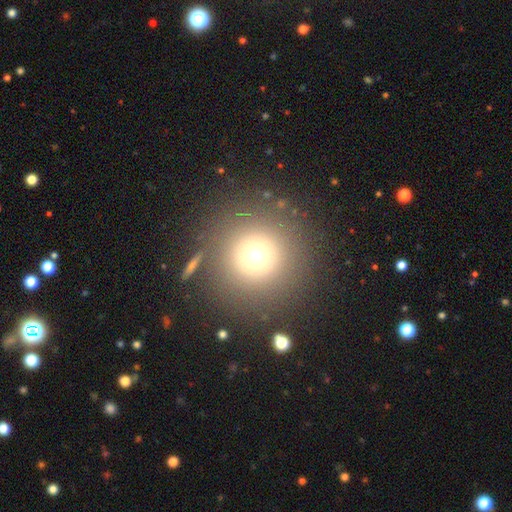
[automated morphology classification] Q: Smooth or featured?
A: smooth (67%); runner-up: star or artifact (19%)
Q: How rounded?
A: round (95%); runner-up: in between (4%)
Q: Merging?
A: none (82%); runner-up: minor disturbance (7%)